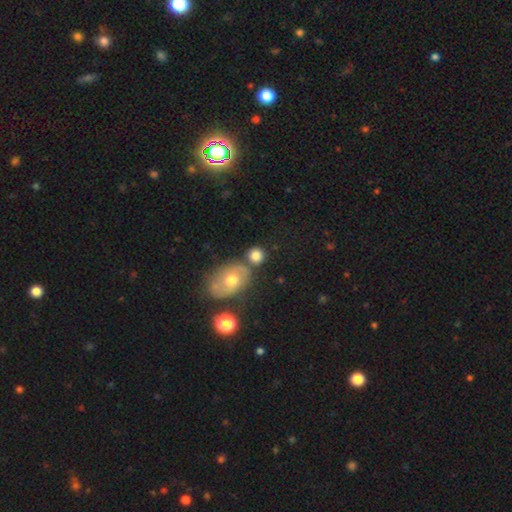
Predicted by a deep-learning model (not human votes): The model was most divided on "merging": none: 63%, merger: 19%, minor disturbance: 13%, major disturbance: 5%. More confident: how rounded — round (79%); smooth or featured — smooth (78%).